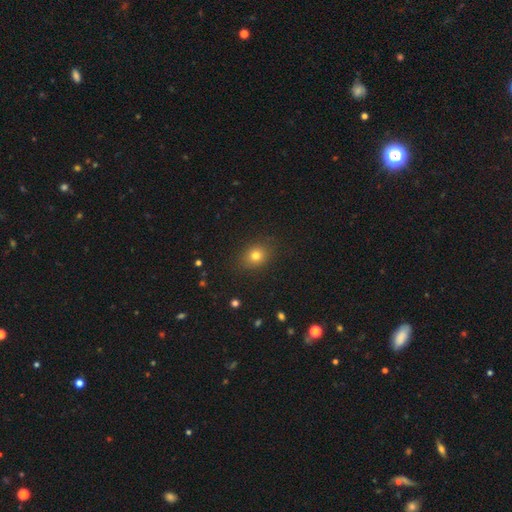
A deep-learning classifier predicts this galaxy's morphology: Smooth or featured?
  - smooth: 78% *
  - star or artifact: 14%
  - featured or disk: 8%
How rounded?
  - round: 56% *
  - in between: 43%
  - cigar-shaped: 1%
Merging?
  - none: 86% *
  - minor disturbance: 10%
  - major disturbance: 3%
  - merger: 1%